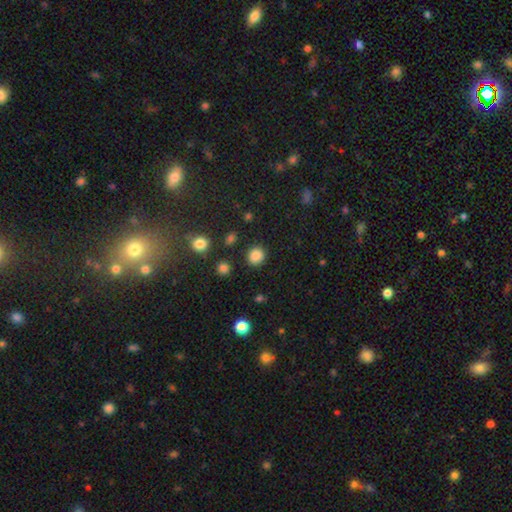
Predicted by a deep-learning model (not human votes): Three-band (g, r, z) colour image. It shows a smooth galaxy with no disk features (85%) that is round (83%). Merging: none (87%).